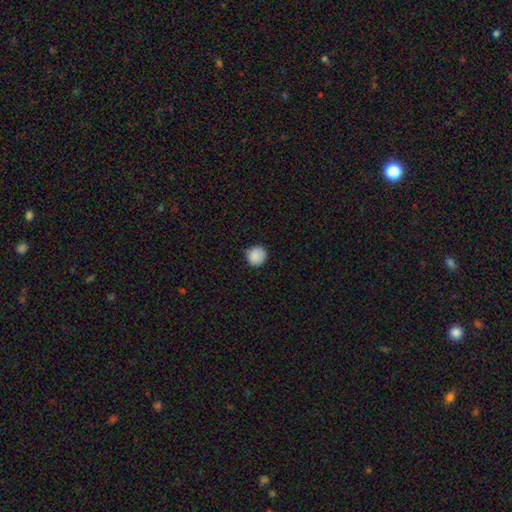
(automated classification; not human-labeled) Overall: smooth (88%). How rounded: round (89%). Merging: none (81%).